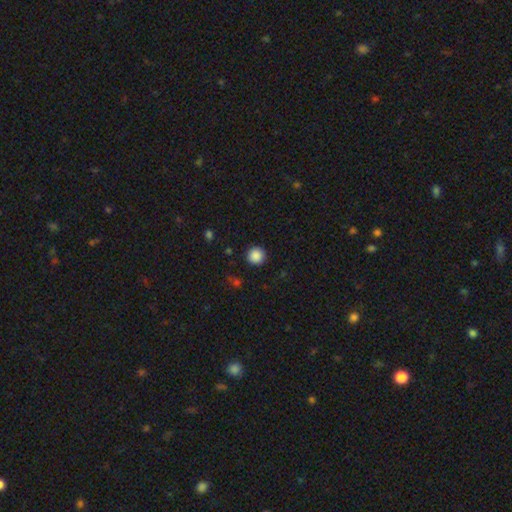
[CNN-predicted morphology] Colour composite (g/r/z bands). It shows a smooth galaxy with no disk features (88%) that is round (95%). Merging: none (92%).